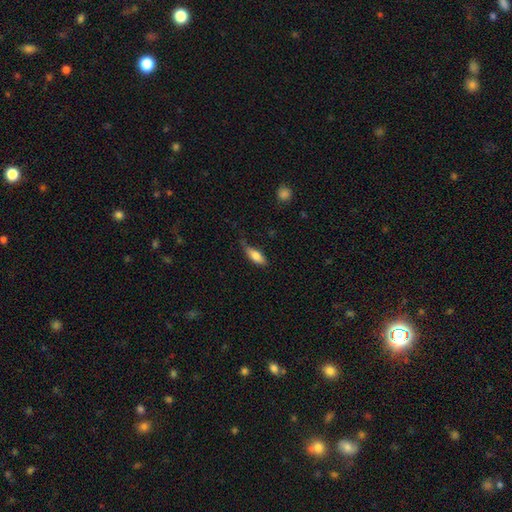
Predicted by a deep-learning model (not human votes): A smooth galaxy with no disk features (78%) that is in between round and cigar-shaped (66%).

Vote fractions:
- Smooth or featured? smooth: 78% / featured or disk: 15% / star or artifact: 7%
- How rounded? in between: 66% / cigar-shaped: 31% / round: 3%
- Merging? none: 54% / minor disturbance: 33% / major disturbance: 10% / merger: 2%